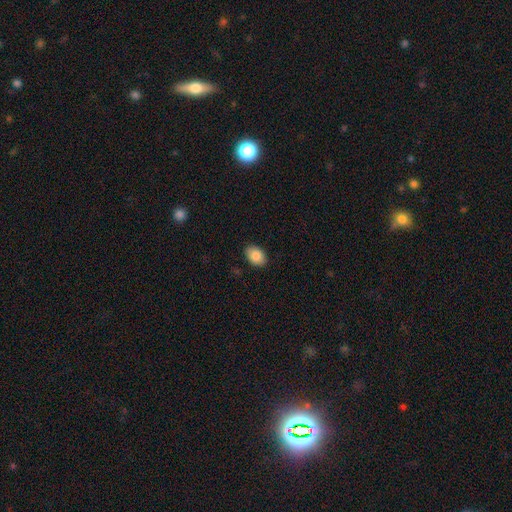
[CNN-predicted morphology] Smooth or featured?
  - smooth: 88% *
  - star or artifact: 7%
  - featured or disk: 5%
How rounded?
  - in between: 82% *
  - round: 17%
  - cigar-shaped: 1%
Merging?
  - none: 89% *
  - minor disturbance: 8%
  - major disturbance: 2%
  - merger: 1%